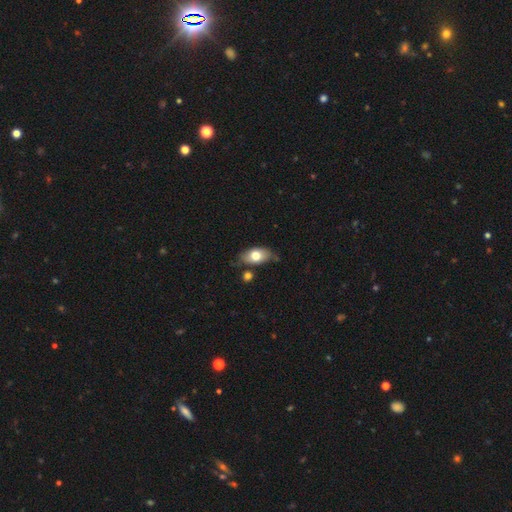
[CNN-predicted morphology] A smooth galaxy with no disk features (70%) that is in between round and cigar-shaped (89%). Merging: none (66%).